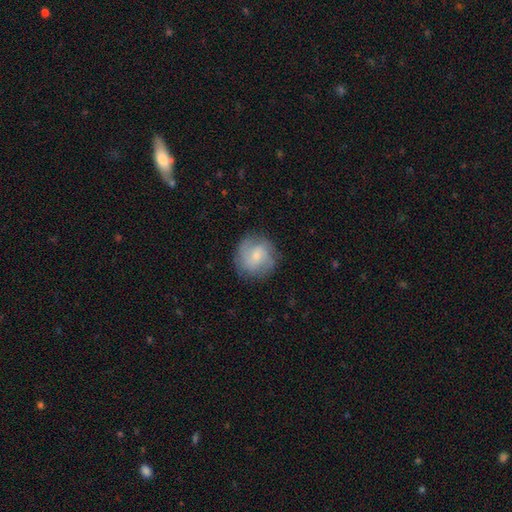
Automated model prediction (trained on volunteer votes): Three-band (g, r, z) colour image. It shows a smooth galaxy with no disk features (48%). Merging: none (80%).